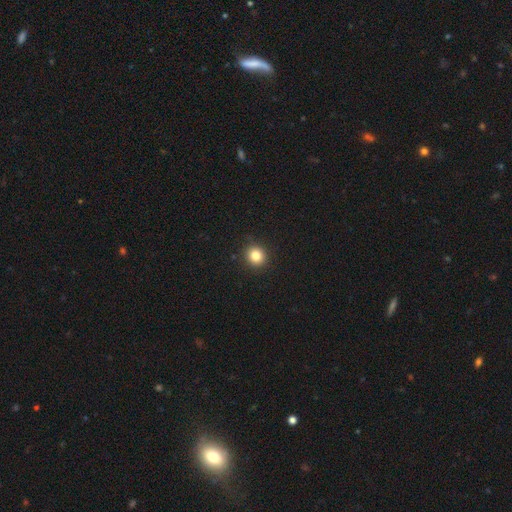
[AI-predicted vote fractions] A smooth galaxy with no disk features (83%) that is round (90%). Merging: none (92%).